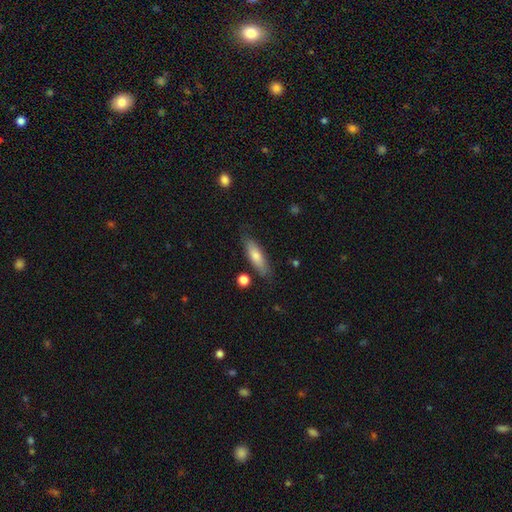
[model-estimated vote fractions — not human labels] A smooth galaxy with no disk features (71%) that is cigar-shaped (55%).

Vote fractions:
- Smooth or featured? smooth: 71% / featured or disk: 23% / star or artifact: 6%
- How rounded? cigar-shaped: 55% / in between: 43% / round: 2%
- Merging? none: 79% / minor disturbance: 15% / major disturbance: 3% / merger: 3%